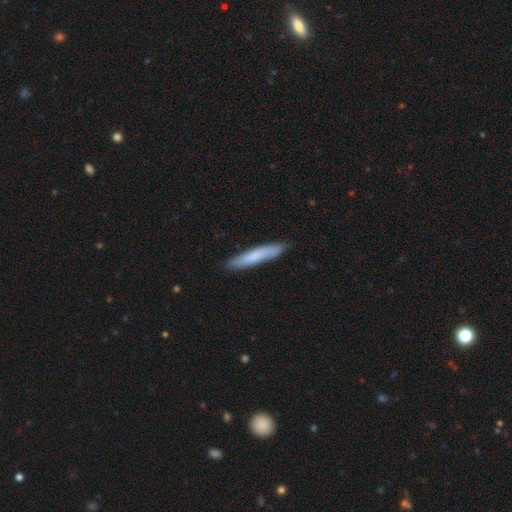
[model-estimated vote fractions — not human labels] Q: Smooth or featured?
A: smooth (73%); runner-up: featured or disk (21%)
Q: How rounded?
A: cigar-shaped (93%); runner-up: in between (6%)
Q: Merging?
A: none (87%); runner-up: minor disturbance (10%)